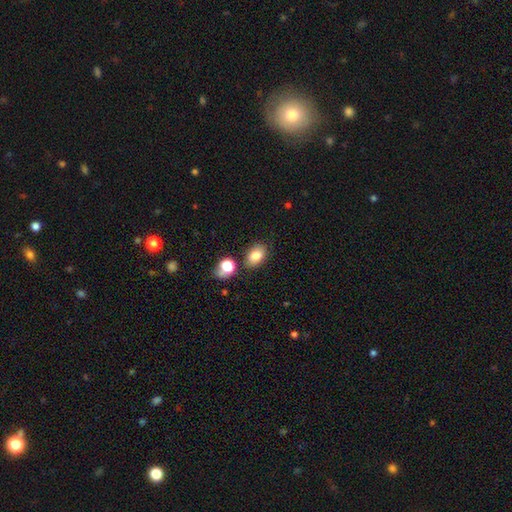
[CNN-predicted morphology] A smooth galaxy with no disk features (81%) that is in between round and cigar-shaped (81%). Merging: none (77%).